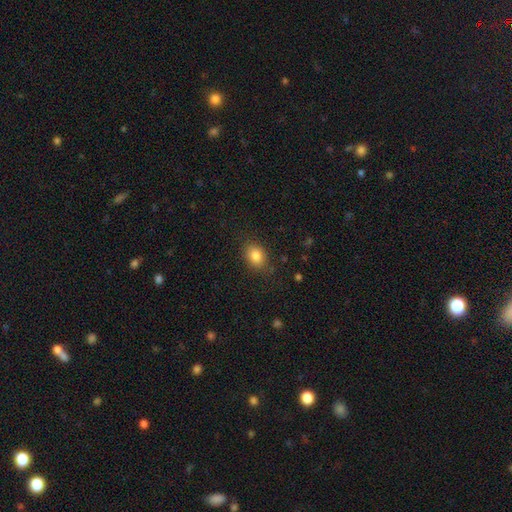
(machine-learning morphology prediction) smooth 85%, star or artifact 9%, featured or disk 6%. Down the decision tree: how rounded — in between (71%); merging — none (83%).